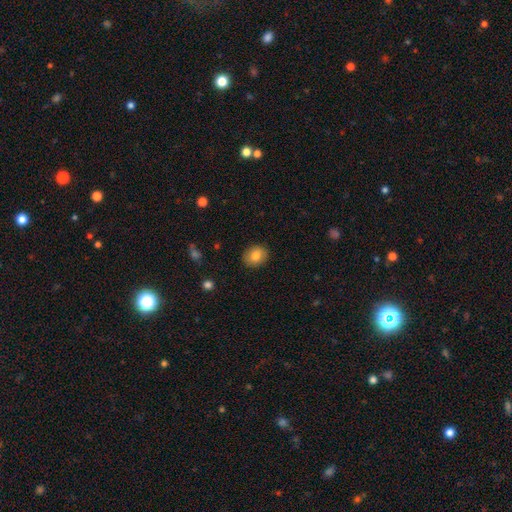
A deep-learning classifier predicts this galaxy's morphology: Q: Smooth or featured?
A: smooth (80%); runner-up: featured or disk (12%)
Q: How rounded?
A: round (64%); runner-up: in between (35%)
Q: Merging?
A: none (88%); runner-up: minor disturbance (9%)